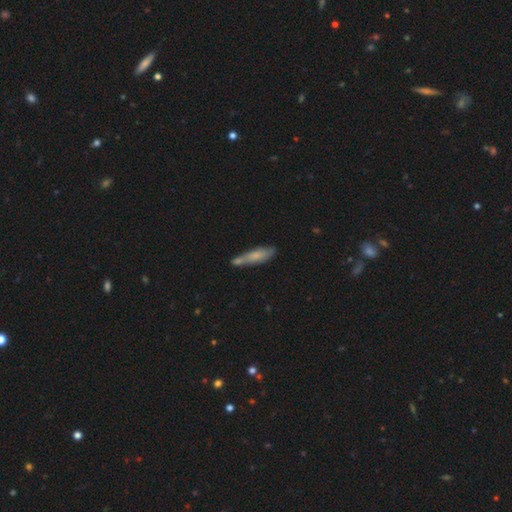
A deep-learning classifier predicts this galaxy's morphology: Smooth or featured: smooth — 68% (featured or disk — 26%)
How rounded: cigar-shaped — 74% (in between — 24%)
Merging: none — 52% (minor disturbance — 22%)